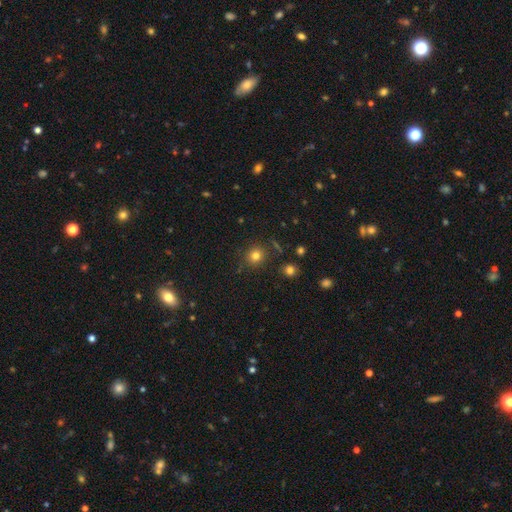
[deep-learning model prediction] Smooth or featured? smooth (78%)
How rounded? round (87%)
Merging? none (86%)